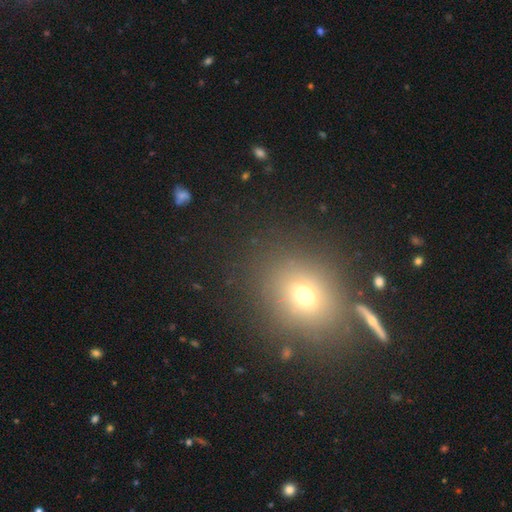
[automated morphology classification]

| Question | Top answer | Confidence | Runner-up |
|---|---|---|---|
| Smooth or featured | smooth | 55% | star or artifact (34%) |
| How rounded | round | 69% | in between (29%) |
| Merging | none | 82% | minor disturbance (8%) |